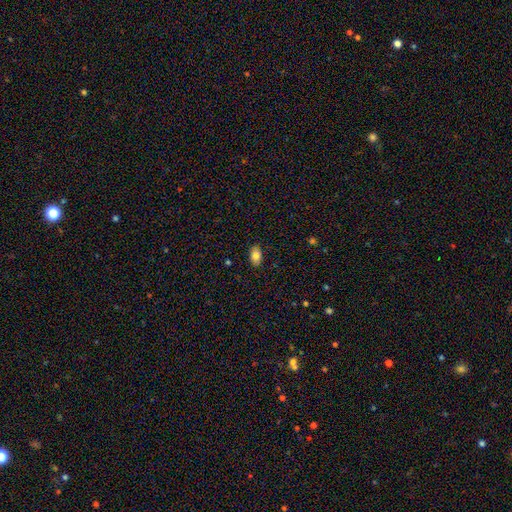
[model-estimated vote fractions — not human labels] smooth_or_featured: smooth (p=0.81) [alt: featured or disk p=0.11]
how_rounded: in between (p=0.87) [alt: round p=0.12]
merging: none (p=0.86) [alt: minor disturbance p=0.10]